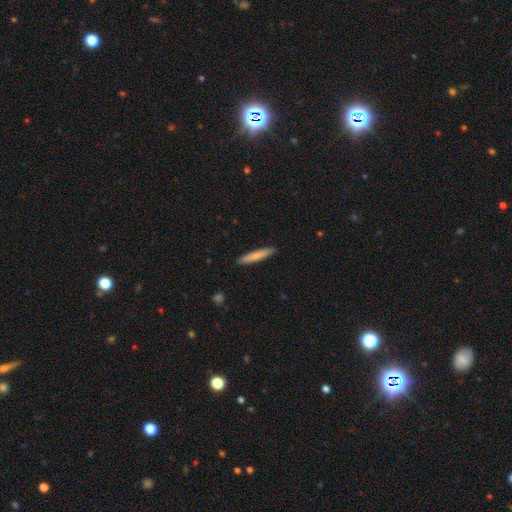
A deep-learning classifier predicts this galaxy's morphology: This is likely a smooth galaxy (79%). How rounded: clearly cigar-shaped (93%). Merging: clearly none (90%).